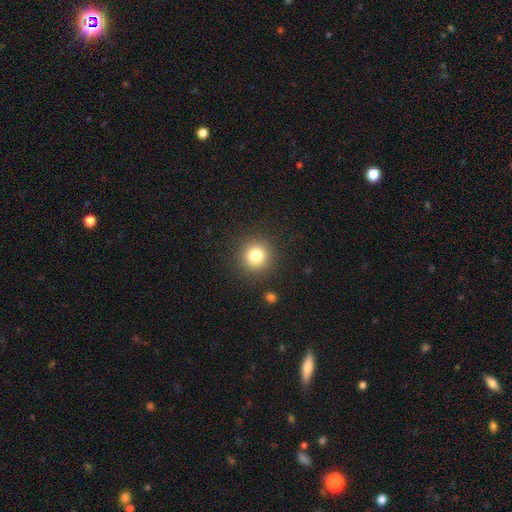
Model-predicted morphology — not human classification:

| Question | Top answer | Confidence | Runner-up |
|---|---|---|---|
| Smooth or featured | smooth | 81% | star or artifact (12%) |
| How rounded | round | 94% | in between (5%) |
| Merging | none | 90% | minor disturbance (6%) |